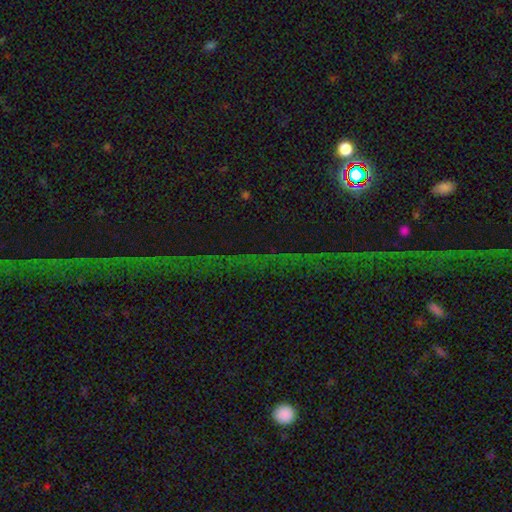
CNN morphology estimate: type=star or artifact (74%).